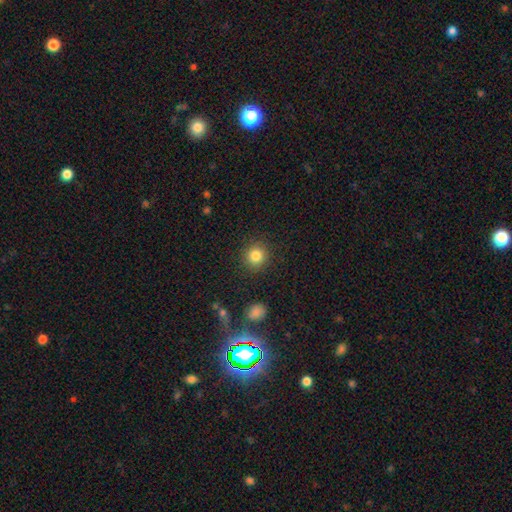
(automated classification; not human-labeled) A smooth galaxy with no disk features (84%) that is round (89%). Merging: none (89%).